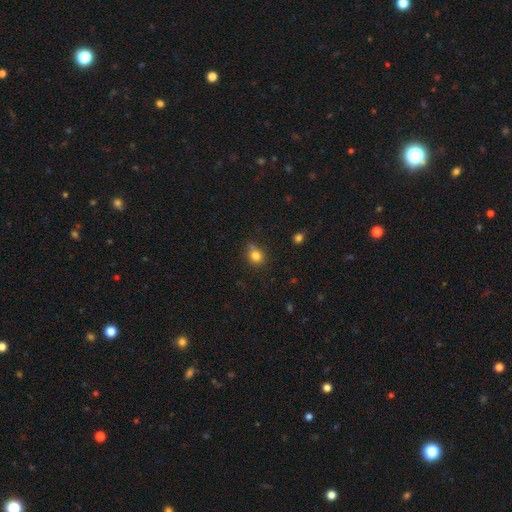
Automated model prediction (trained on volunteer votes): A smooth galaxy with no disk features (81%) that is round (80%). Merging: none (68%).